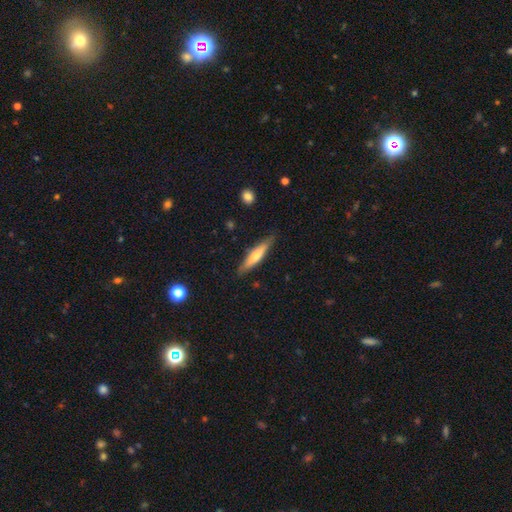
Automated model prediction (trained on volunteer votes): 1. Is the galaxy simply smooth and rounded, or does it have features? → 53% smooth, 41% featured or disk, 6% star or artifact.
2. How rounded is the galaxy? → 85% cigar-shaped, 13% in between, 1% round.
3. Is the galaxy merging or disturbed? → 86% none, 11% minor disturbance, 2% major disturbance, 1% merger.